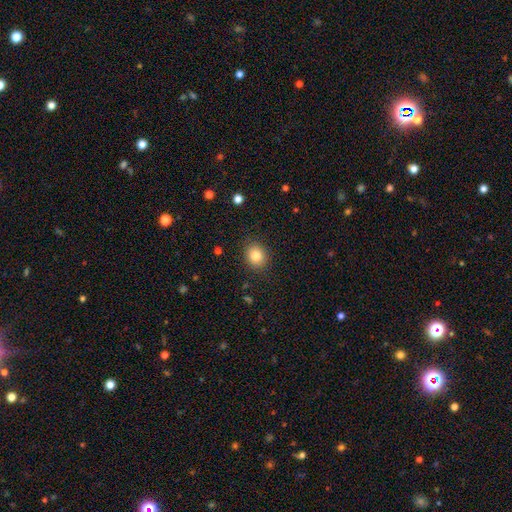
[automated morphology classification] A smooth galaxy with no disk features (82%) that is round (73%).

Vote fractions:
- Smooth or featured? smooth: 82% / star or artifact: 11% / featured or disk: 7%
- How rounded? round: 73% / in between: 26% / cigar-shaped: 1%
- Merging? none: 88% / minor disturbance: 8% / major disturbance: 3% / merger: 1%